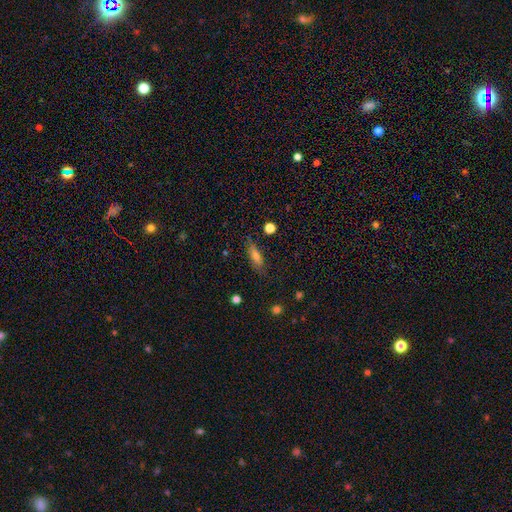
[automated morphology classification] type=smooth (63%); roundness=in between (49%); merging=none (79%).